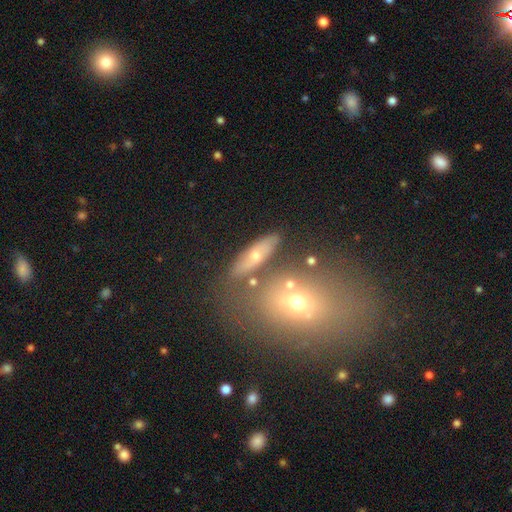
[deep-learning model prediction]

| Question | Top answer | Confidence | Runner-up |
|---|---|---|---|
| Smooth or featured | smooth | 53% | featured or disk (36%) |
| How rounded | in between | 48% | cigar-shaped (40%) |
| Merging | none | 67% | merger (14%) |